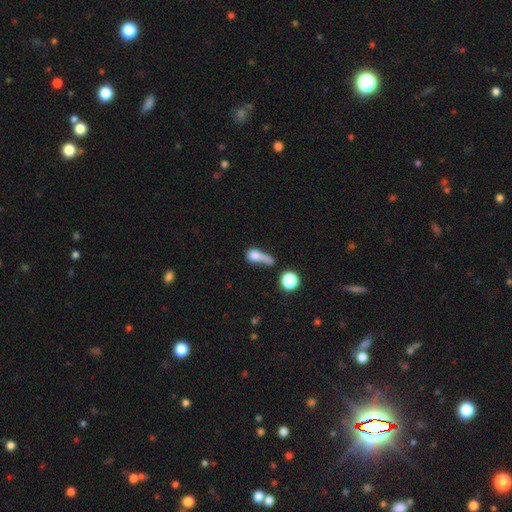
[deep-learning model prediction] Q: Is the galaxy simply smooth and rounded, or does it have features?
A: smooth — 68%.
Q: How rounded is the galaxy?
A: in between — 42%.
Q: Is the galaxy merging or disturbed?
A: major disturbance — 30%.